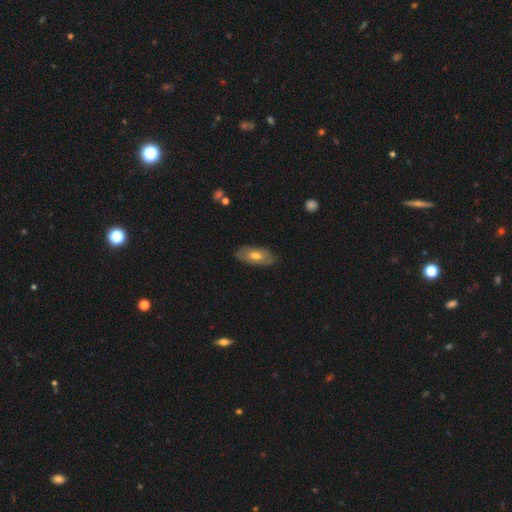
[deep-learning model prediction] Morphology: type=smooth (55%); roundness=in between (88%); merging=none (82%).